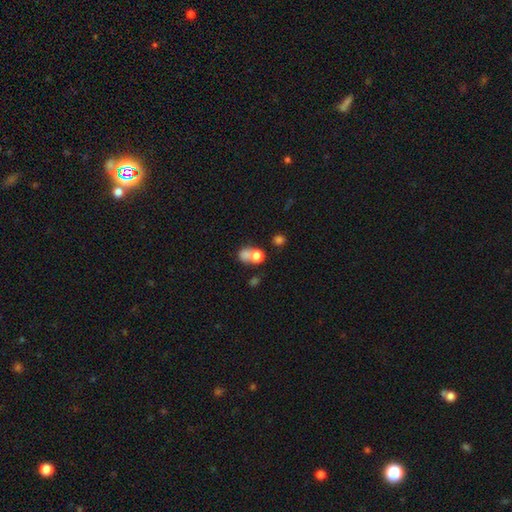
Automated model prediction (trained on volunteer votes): Q: Smooth or featured?
A: smooth (74%); runner-up: featured or disk (13%)
Q: How rounded?
A: round (65%); runner-up: in between (34%)
Q: Merging?
A: merger (52%); runner-up: none (31%)